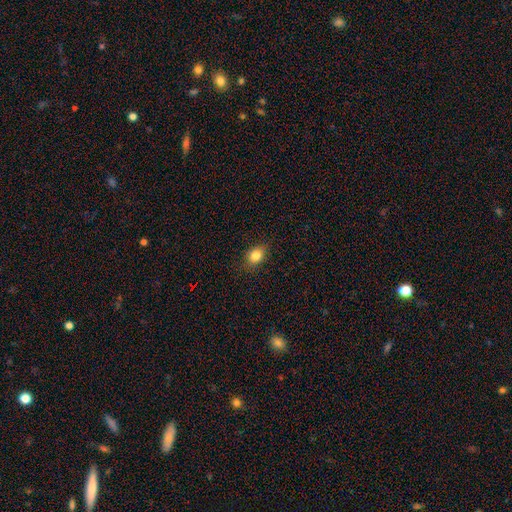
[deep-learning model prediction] Q: Smooth or featured?
A: smooth (84%); runner-up: star or artifact (10%)
Q: How rounded?
A: in between (57%); runner-up: round (41%)
Q: Merging?
A: none (84%); runner-up: minor disturbance (12%)